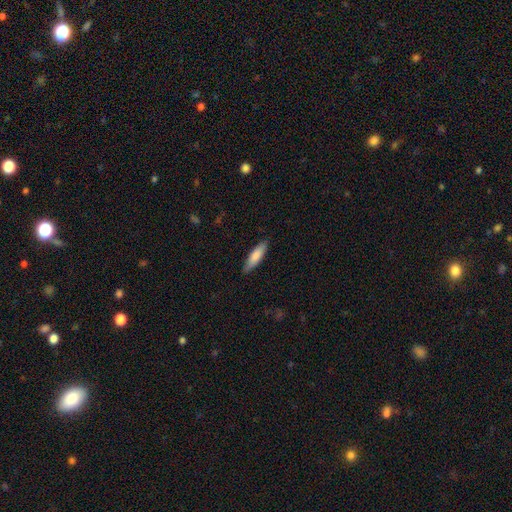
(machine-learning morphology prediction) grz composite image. It shows a smooth galaxy with no disk features (81%) that is cigar-shaped (63%). Merging: none (86%).